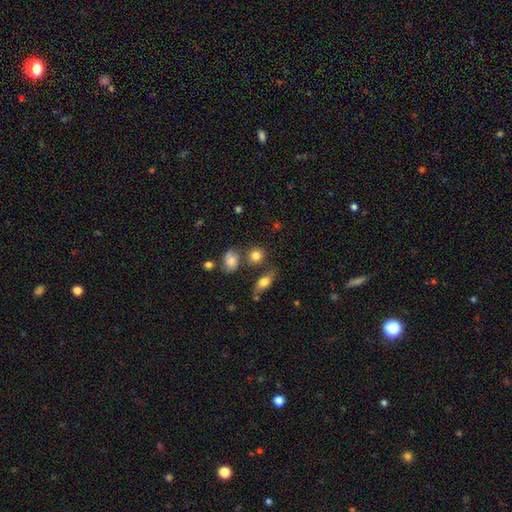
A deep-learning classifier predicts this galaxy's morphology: A smooth galaxy with no disk features (81%) that is round (77%). Merging: none (68%).